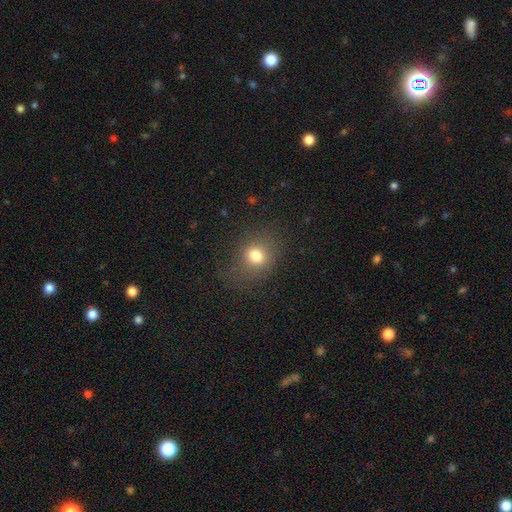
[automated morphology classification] Overall: smooth (76%). How rounded: round (70%). Merging: none (76%).